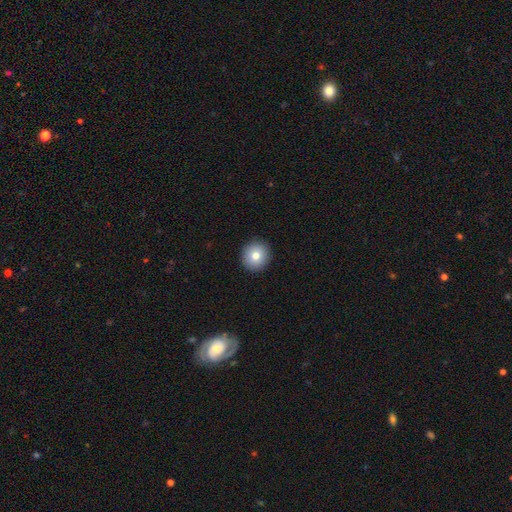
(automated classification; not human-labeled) Morphology: type=smooth (78%); roundness=round (92%); merging=none (92%).